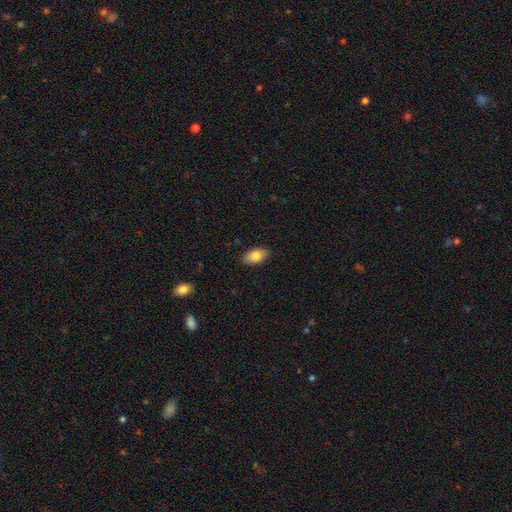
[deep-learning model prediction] smooth-or-featured: smooth: 84% | featured or disk: 9% | star or artifact: 7%
  how-rounded: in between: 93% | round: 5% | cigar-shaped: 2%
  merging: none: 87% | minor disturbance: 10% | major disturbance: 2% | merger: 1%